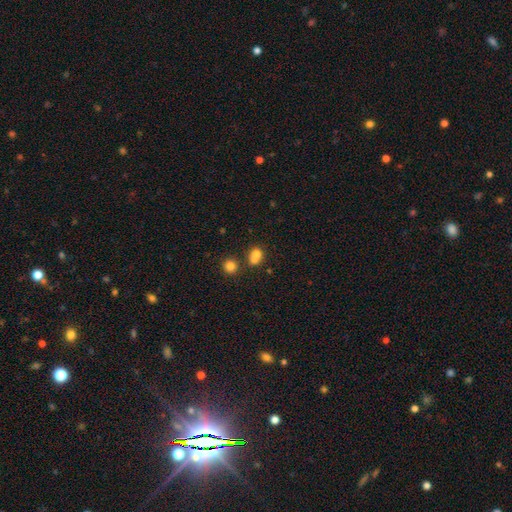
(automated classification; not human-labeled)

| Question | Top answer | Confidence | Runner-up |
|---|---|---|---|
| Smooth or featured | smooth | 73% | star or artifact (14%) |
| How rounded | round | 75% | in between (24%) |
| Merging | merger | 52% | none (37%) |